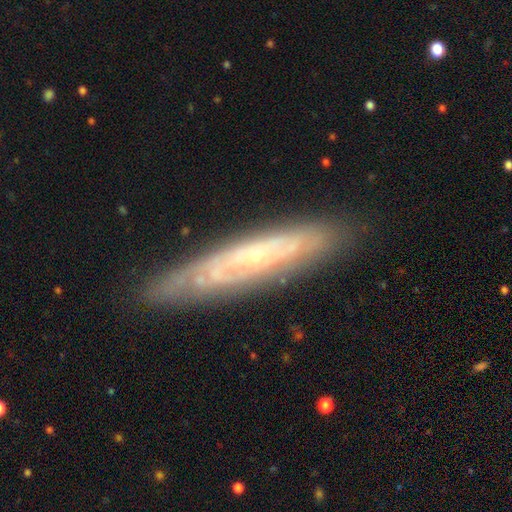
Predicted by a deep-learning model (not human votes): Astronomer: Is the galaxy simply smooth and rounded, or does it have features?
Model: featured or disk — 73%.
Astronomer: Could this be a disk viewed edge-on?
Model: no — 62% (runner-up: yes, 38%).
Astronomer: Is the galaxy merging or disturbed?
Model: none — 79%.